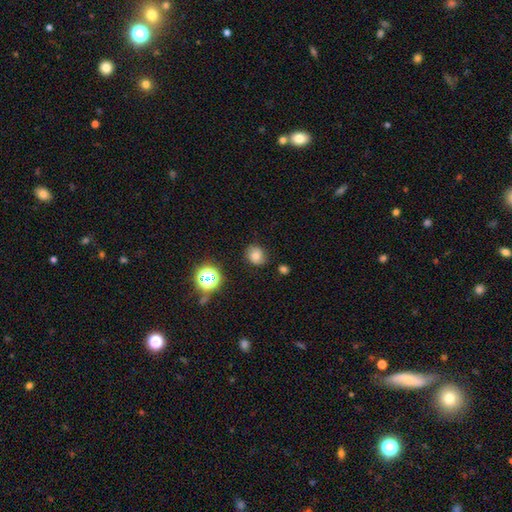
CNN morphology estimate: Smooth or featured? smooth (65%)
How rounded? round (66%)
Merging? none (79%)